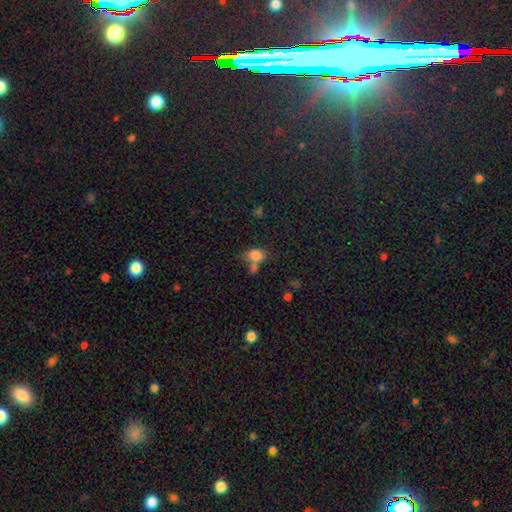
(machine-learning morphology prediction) The model was most divided on "merging": merger: 40%, none: 33%, minor disturbance: 17%, major disturbance: 10%. More confident: smooth or featured — smooth (79%); how rounded — in between (71%).